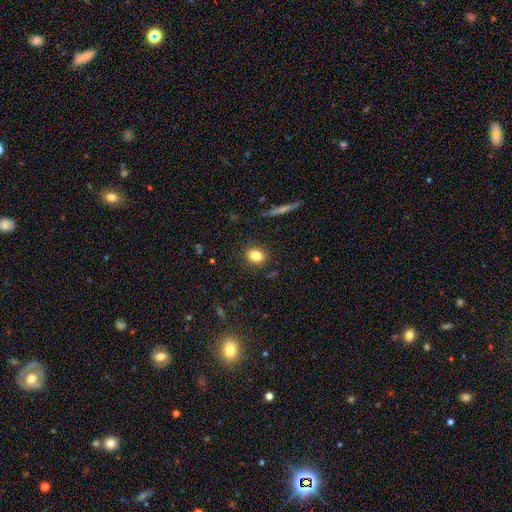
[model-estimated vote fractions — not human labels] Smooth or featured?
  - smooth: 82% *
  - star or artifact: 10%
  - featured or disk: 8%
How rounded?
  - in between: 63% *
  - round: 35%
  - cigar-shaped: 2%
Merging?
  - none: 87% *
  - minor disturbance: 9%
  - major disturbance: 2%
  - merger: 1%